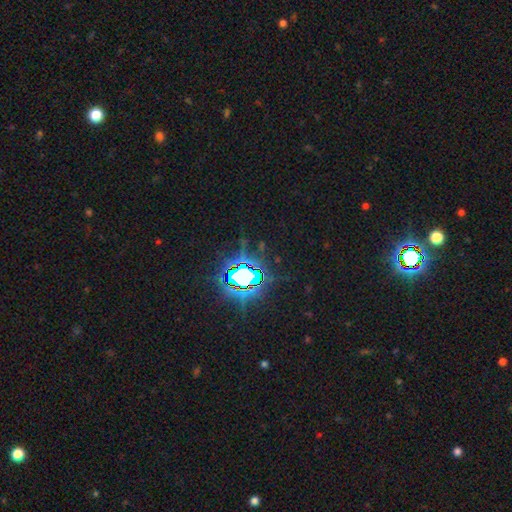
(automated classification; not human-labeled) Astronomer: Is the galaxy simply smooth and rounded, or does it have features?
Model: star or artifact — 85%.